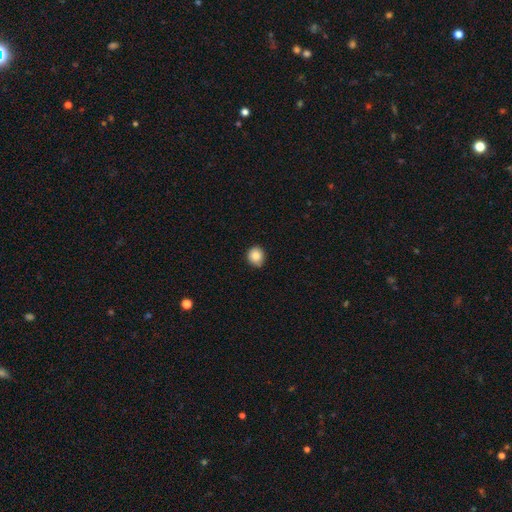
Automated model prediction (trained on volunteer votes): This appears to be a smooth galaxy with no disk features (86%) that is round (84%). Merging: none (84%).